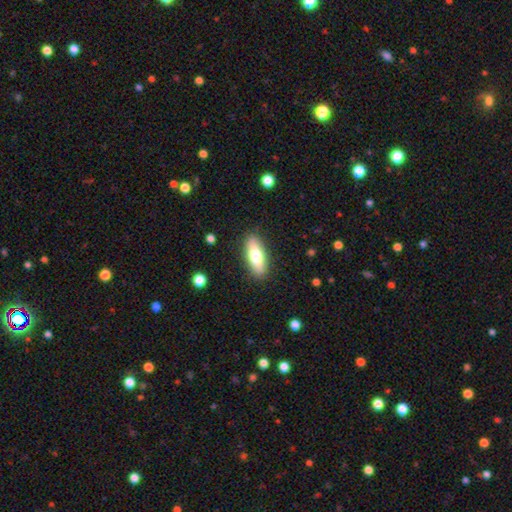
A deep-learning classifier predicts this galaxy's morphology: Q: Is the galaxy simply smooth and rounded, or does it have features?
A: smooth — 66%.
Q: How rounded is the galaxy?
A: in between — 65%.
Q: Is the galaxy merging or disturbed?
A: none — 88%.